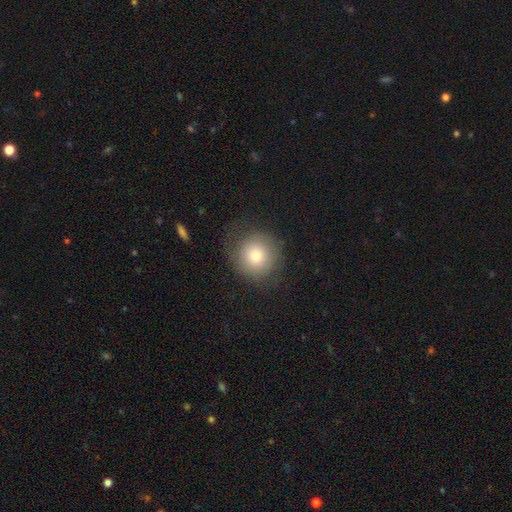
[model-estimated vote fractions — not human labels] Morphology: type=smooth (72%); roundness=round (92%); merging=none (74%).